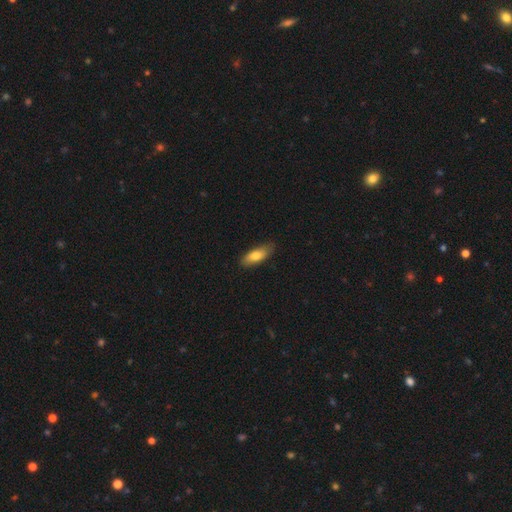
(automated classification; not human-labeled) The model was most divided on "how rounded": in between: 72%, cigar-shaped: 26%, round: 2%. More confident: merging — none (81%); smooth or featured — smooth (76%).